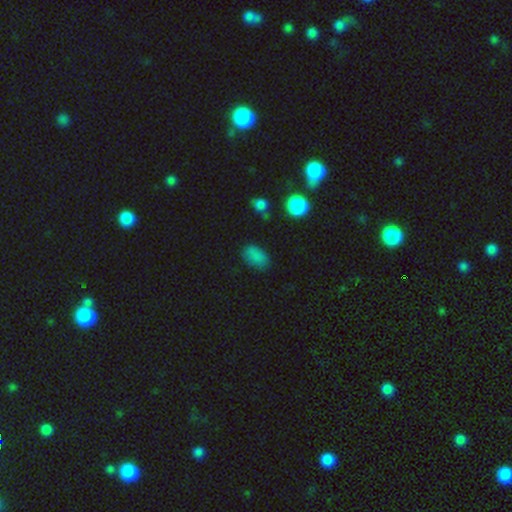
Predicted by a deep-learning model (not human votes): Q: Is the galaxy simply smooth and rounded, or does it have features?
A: smooth — 82%.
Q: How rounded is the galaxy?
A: in between — 88%.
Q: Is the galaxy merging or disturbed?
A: none — 74%.